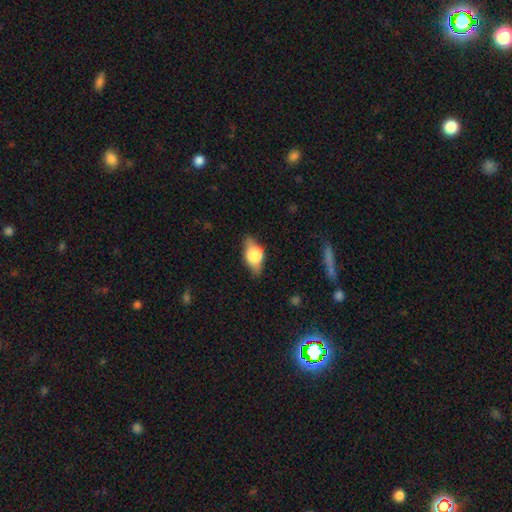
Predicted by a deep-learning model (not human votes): This is possibly a smooth galaxy (53%). How rounded: likely in between (79%). Merging: likely none (77%).